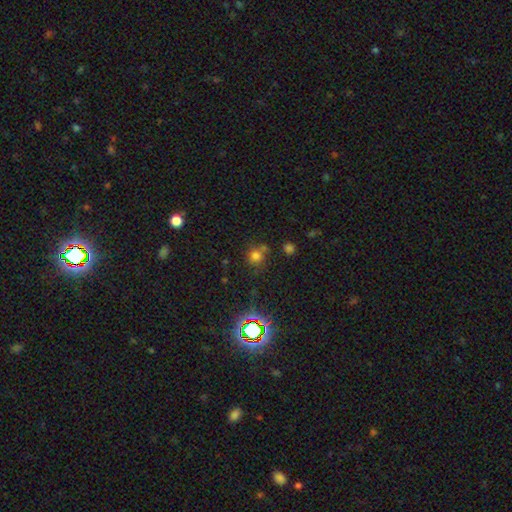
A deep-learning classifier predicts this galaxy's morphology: This appears to be a smooth galaxy with no disk features (69%) that is round (88%). Merging: none (68%).